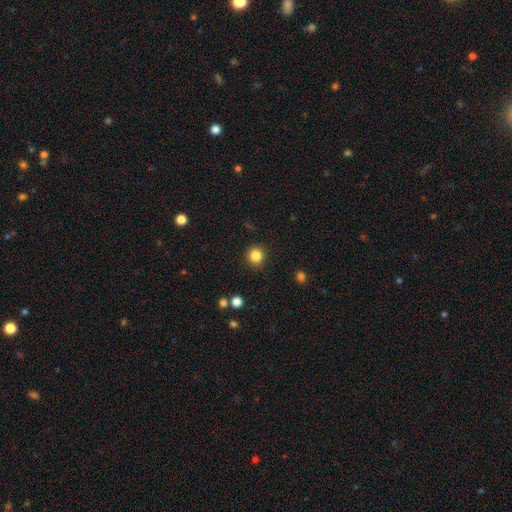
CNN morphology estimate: Smooth or featured? Predicted: smooth (p=0.84). How rounded? Predicted: round (p=0.93). Merging? Predicted: none (p=0.91).